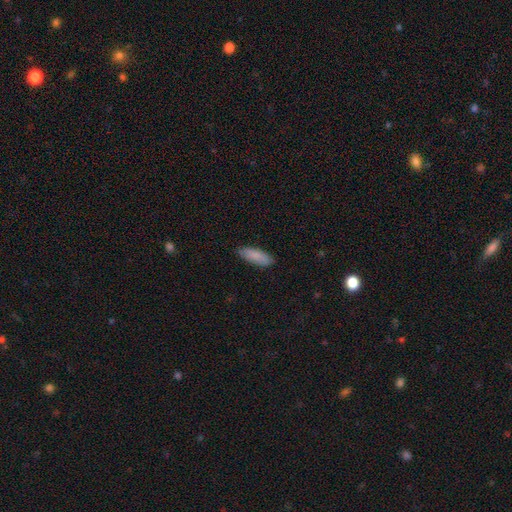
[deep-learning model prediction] Smooth or featured: smooth — 85% (featured or disk — 9%)
How rounded: in between — 58% (cigar-shaped — 40%)
Merging: none — 85% (minor disturbance — 12%)